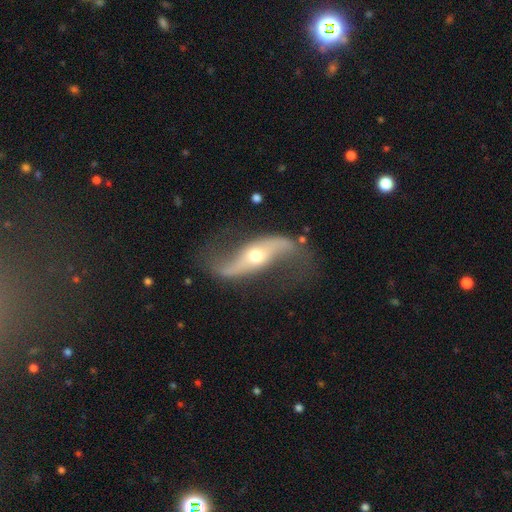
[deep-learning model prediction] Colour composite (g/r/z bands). It shows a featured or disk galaxy (90%) with no bar (37%, tied with strong), 2 (94%) loose (88%) spiral arms (96%) and a moderate central bulge (67%). Merging: none (73%).